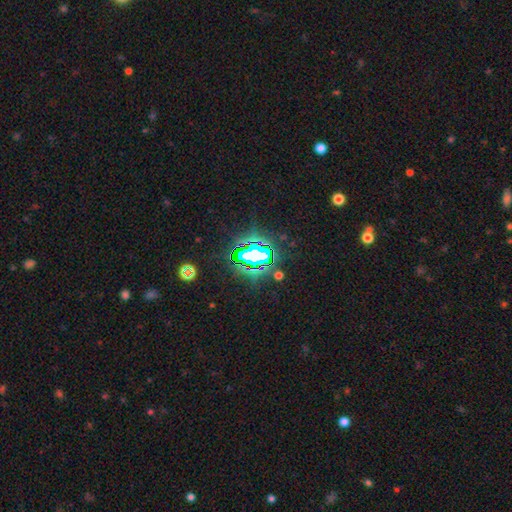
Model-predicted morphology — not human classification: star or artifact 75%, smooth 13%, featured or disk 12%.